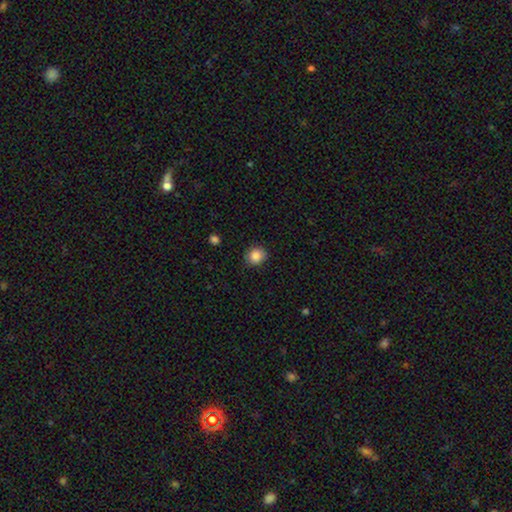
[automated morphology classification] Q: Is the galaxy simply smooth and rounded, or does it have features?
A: smooth — 87%.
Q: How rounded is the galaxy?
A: round — 77%.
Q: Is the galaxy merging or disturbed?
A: none — 87%.